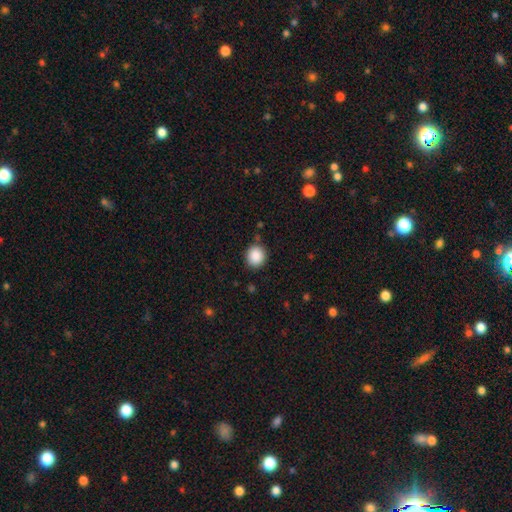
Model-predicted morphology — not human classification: smooth-or-featured: smooth: 88% | star or artifact: 9% | featured or disk: 3%
  how-rounded: round: 83% | in between: 16% | cigar-shaped: 1%
  merging: none: 85% | minor disturbance: 11% | major disturbance: 3% | merger: 2%